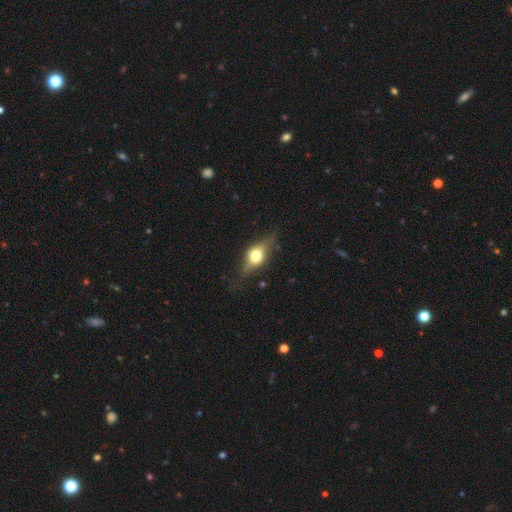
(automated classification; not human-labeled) Q: Smooth or featured?
A: featured or disk (51%); runner-up: smooth (41%)
Q: Edge-on disk?
A: yes (86%); runner-up: no (14%)
Q: Merging?
A: none (72%); runner-up: minor disturbance (19%)